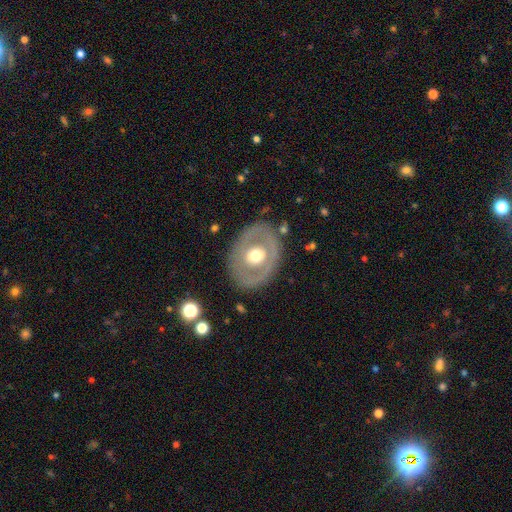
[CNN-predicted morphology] Q: Smooth or featured?
A: featured or disk (57%); runner-up: smooth (37%)
Q: Edge-on disk?
A: no (93%); runner-up: yes (7%)
Q: Bar?
A: no (84%); runner-up: weak (11%)
Q: Spiral arms?
A: no (89%); runner-up: yes (11%)
Q: Bulge size?
A: moderate (68%); runner-up: large (22%)
Q: Merging?
A: none (81%); runner-up: minor disturbance (11%)